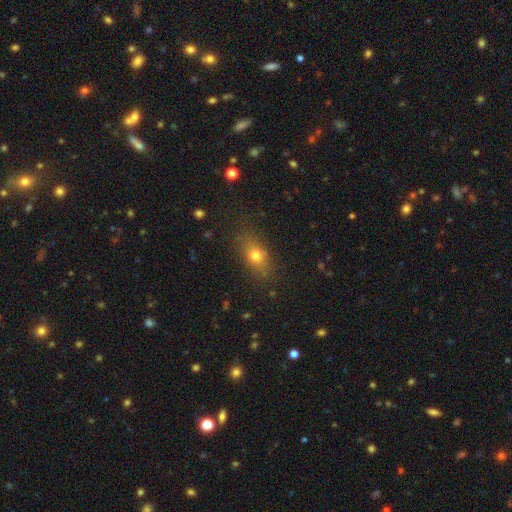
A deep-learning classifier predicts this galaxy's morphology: type=smooth (73%); roundness=in between (67%); merging=none (79%).